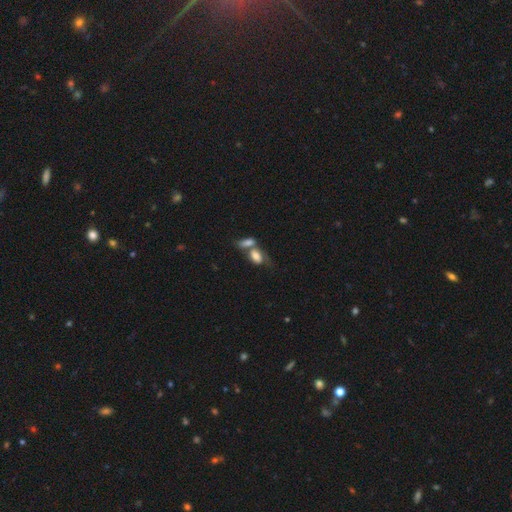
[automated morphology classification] Smooth or featured? smooth (75%)
How rounded? in between (86%)
Merging? merger (61%)